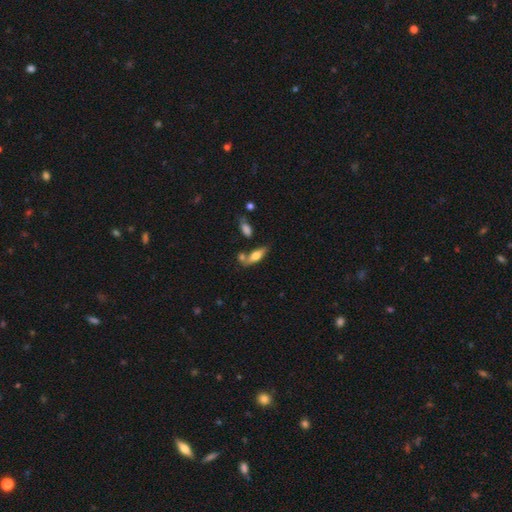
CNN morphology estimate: Smooth or featured? smooth (62%)
How rounded? in between (66%)
Merging? none (58%)